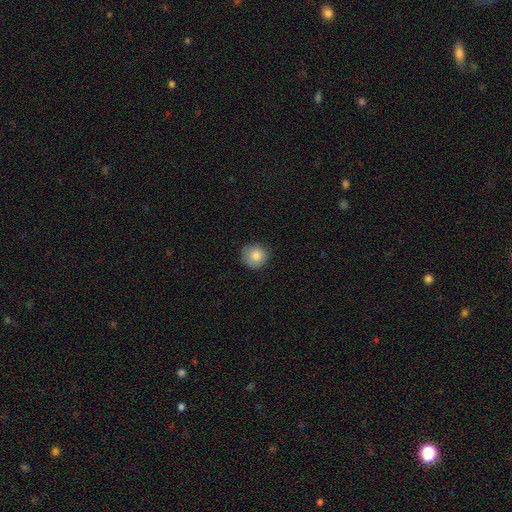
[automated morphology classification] This appears to be a smooth galaxy with no disk features (84%) that is round (92%). Merging: none (84%).